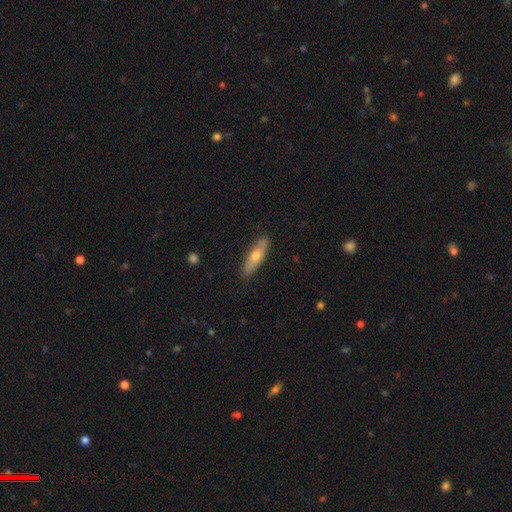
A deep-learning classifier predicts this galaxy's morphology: Overall: smooth (56%; featured or disk 38%). How rounded: cigar-shaped (63%; in between 35%). Merging: none (86%).